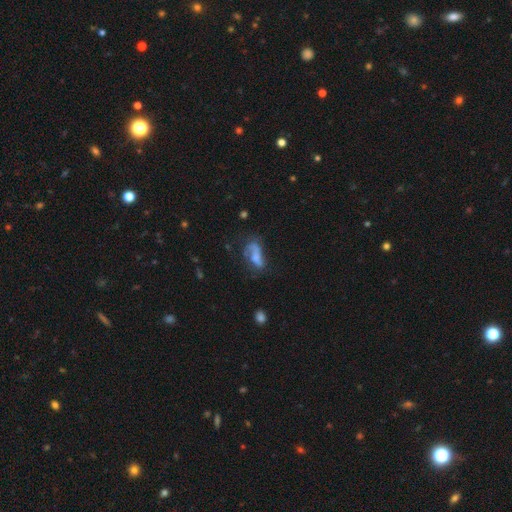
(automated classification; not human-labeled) A smooth galaxy with no disk features (47%).

Vote fractions:
- Smooth or featured? smooth: 47% / featured or disk: 41% / star or artifact: 11%
- Merging? major disturbance: 37% / none: 30% / minor disturbance: 24% / merger: 9%